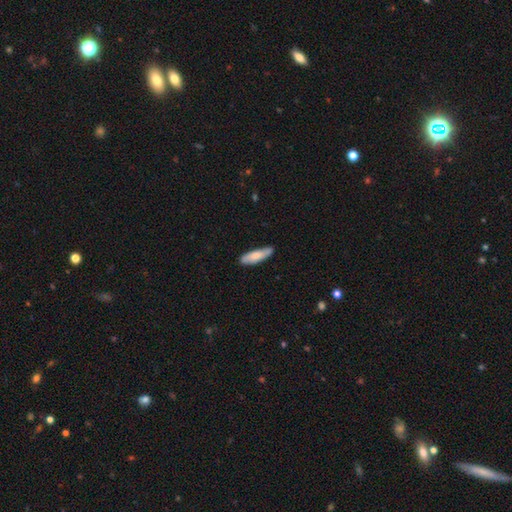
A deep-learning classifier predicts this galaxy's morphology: Smooth or featured? smooth (71%)
How rounded? cigar-shaped (64%)
Merging? none (79%)